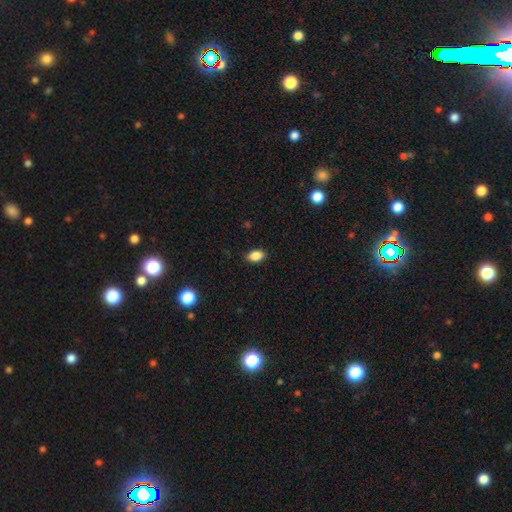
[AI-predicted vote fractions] Smooth or featured? smooth (87%)
How rounded? in between (88%)
Merging? none (88%)